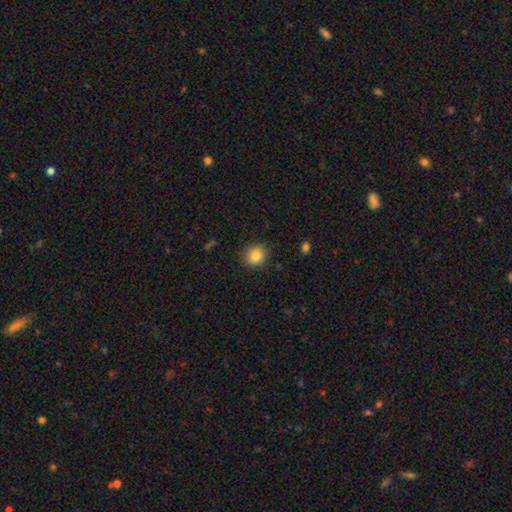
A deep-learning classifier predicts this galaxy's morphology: smooth-or-featured: smooth: 84% | star or artifact: 10% | featured or disk: 6%
  how-rounded: round: 81% | in between: 18% | cigar-shaped: 1%
  merging: none: 88% | minor disturbance: 8% | major disturbance: 2% | merger: 1%